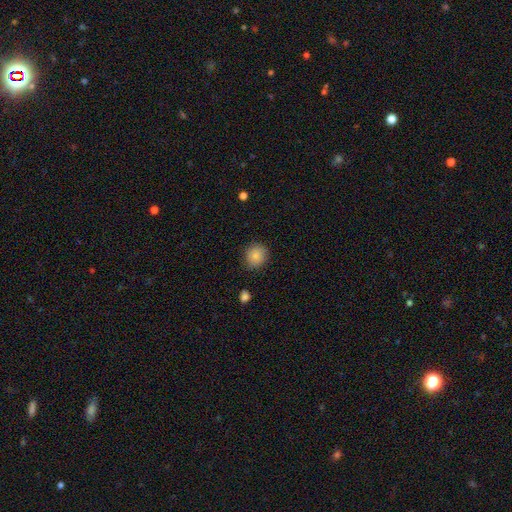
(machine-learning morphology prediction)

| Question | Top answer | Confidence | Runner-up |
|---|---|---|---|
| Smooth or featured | smooth | 85% | star or artifact (9%) |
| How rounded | round | 86% | in between (13%) |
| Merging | none | 86% | minor disturbance (10%) |